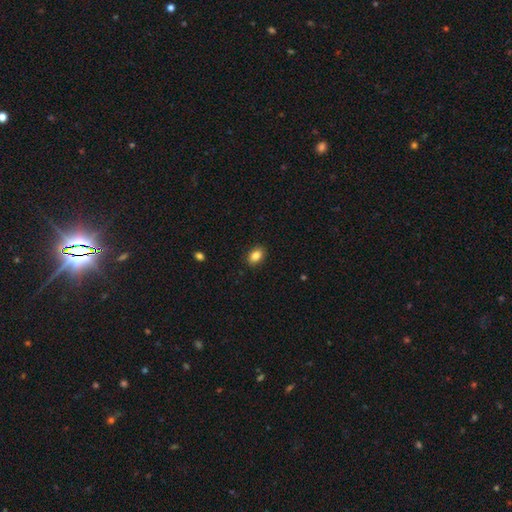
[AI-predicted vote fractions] Smooth or featured? Predicted: smooth (p=0.86). How rounded? Predicted: in between (p=0.82). Merging? Predicted: none (p=0.89).